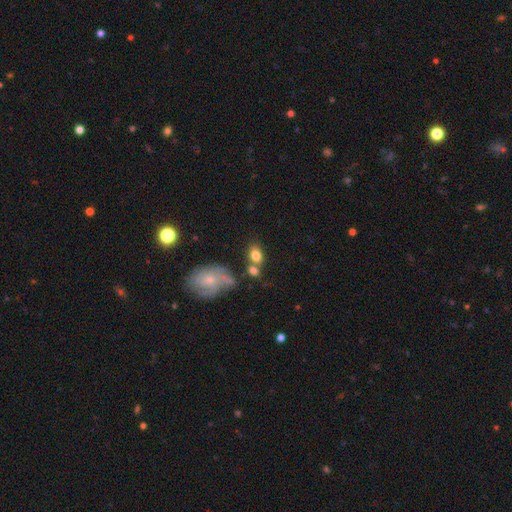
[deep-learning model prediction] A smooth galaxy with no disk features (75%) that is in between round and cigar-shaped (73%).

Vote fractions:
- Smooth or featured? smooth: 75% / featured or disk: 16% / star or artifact: 9%
- How rounded? in between: 73% / round: 25% / cigar-shaped: 2%
- Merging? none: 52% / merger: 26% / minor disturbance: 16% / major disturbance: 6%